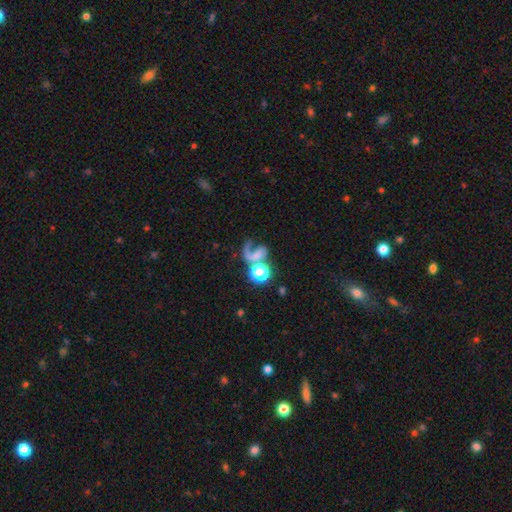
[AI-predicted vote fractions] The model was most divided on "merging" (2-way tie): major disturbance: 31%, merger: 31%, none: 27%, minor disturbance: 11%. Remaining: smooth or featured — featured or disk (50%).